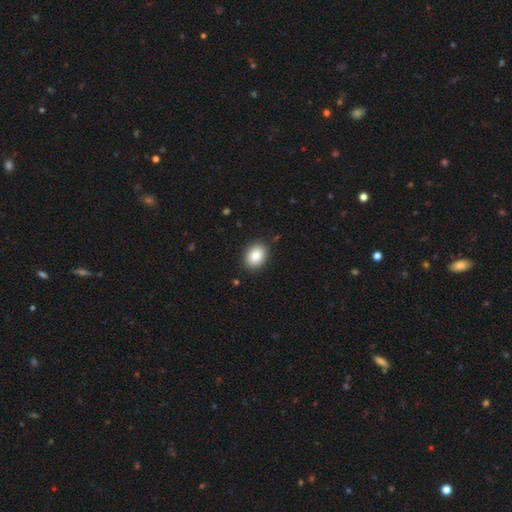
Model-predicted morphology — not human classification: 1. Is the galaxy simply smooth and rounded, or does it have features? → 86% smooth, 8% star or artifact, 6% featured or disk.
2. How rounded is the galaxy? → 67% in between, 32% round, 1% cigar-shaped.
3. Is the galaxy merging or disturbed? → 89% none, 8% minor disturbance, 2% major disturbance, 1% merger.